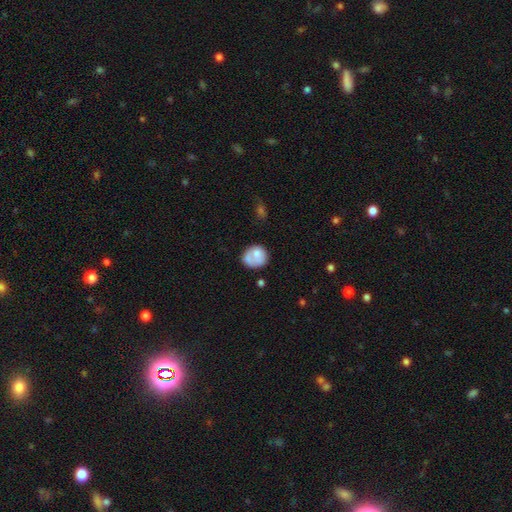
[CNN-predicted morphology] smooth_or_featured: smooth (p=0.67) [alt: featured or disk p=0.26]
how_rounded: round (p=0.74) [alt: in between p=0.25]
merging: none (p=0.45) [alt: minor disturbance p=0.21]